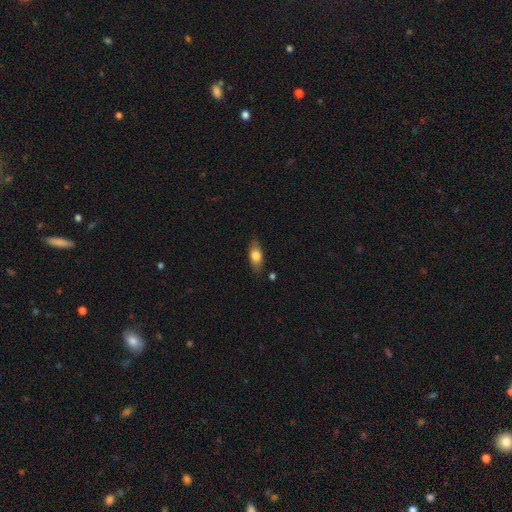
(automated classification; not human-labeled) Smooth or featured? Predicted: smooth (p=0.73). How rounded? Predicted: in between (p=0.78). Merging? Predicted: none (p=0.80).